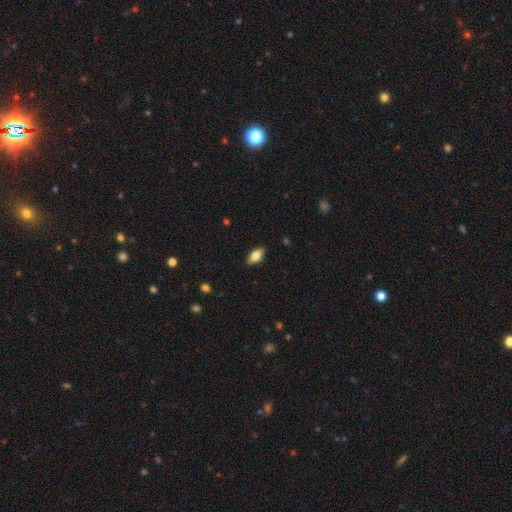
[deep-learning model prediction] This is likely a smooth galaxy (75%). How rounded: clearly in between (87%). Merging: clearly none (88%).